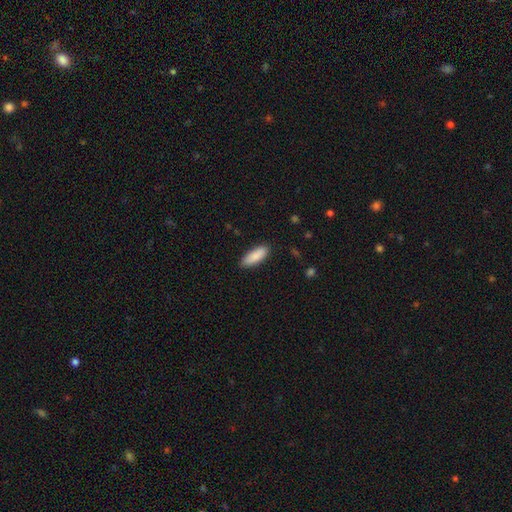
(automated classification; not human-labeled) The model was most divided on "how rounded": in between: 66%, cigar-shaped: 33%, round: 2%. More confident: smooth or featured — smooth (89%); merging — none (87%).